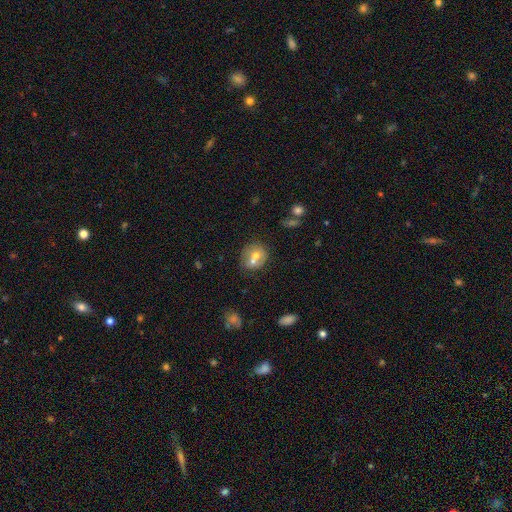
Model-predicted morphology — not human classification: smooth-or-featured: smooth: 60% | featured or disk: 30% | star or artifact: 9%
  how-rounded: round: 76% | in between: 23% | cigar-shaped: 1%
  merging: merger: 47% | none: 40% | minor disturbance: 10% | major disturbance: 4%